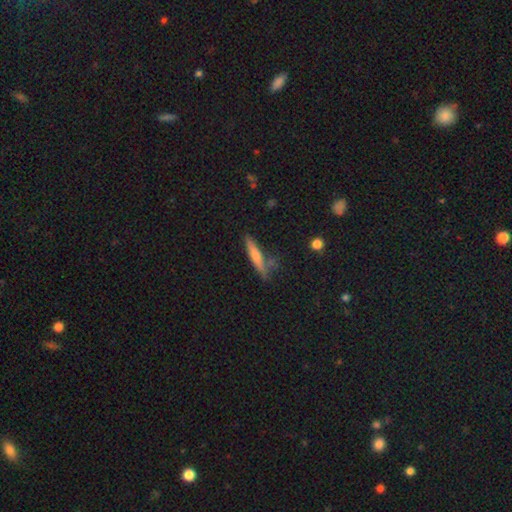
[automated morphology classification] This is possibly a smooth galaxy (57%). How rounded: clearly cigar-shaped (89%). Merging: likely none (76%).